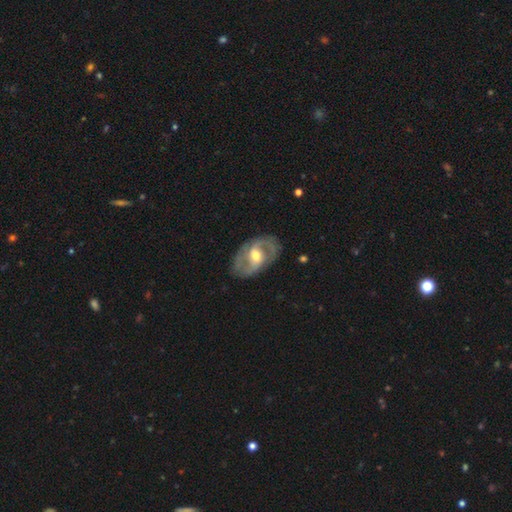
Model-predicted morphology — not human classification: Q: Smooth or featured?
A: featured or disk (80%); runner-up: smooth (15%)
Q: Edge-on disk?
A: no (95%); runner-up: yes (5%)
Q: Bar?
A: weak (46%); runner-up: no (30%)
Q: Spiral arms?
A: yes (84%); runner-up: no (16%)
Q: Spiral winding?
A: medium (50%); runner-up: tight (25%)
Q: Spiral arm count?
A: 2 (84%); runner-up: can't tell (8%)
Q: Bulge size?
A: moderate (72%); runner-up: small (17%)
Q: Merging?
A: none (79%); runner-up: minor disturbance (14%)